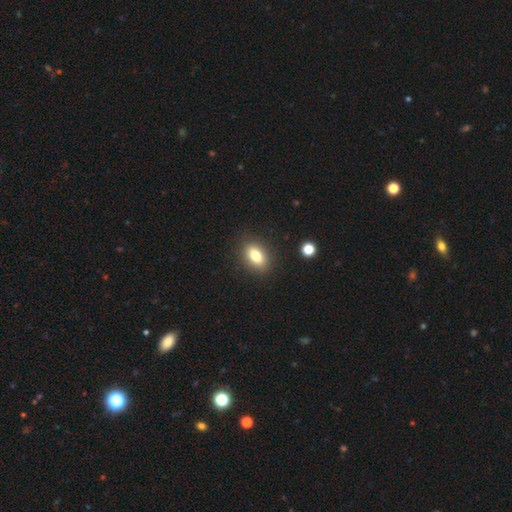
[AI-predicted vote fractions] The model was most divided on "smooth or featured": smooth: 79%, featured or disk: 12%, star or artifact: 9%. More confident: merging — none (87%); how rounded — in between (84%).